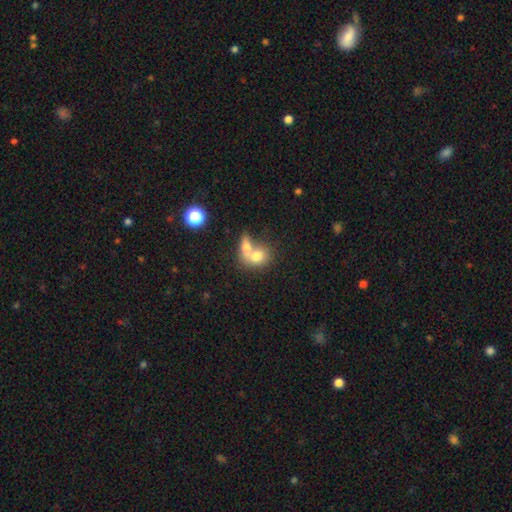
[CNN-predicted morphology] smooth 74%, featured or disk 18%, star or artifact 8%. Down the decision tree: how rounded — in between (54%); merging — merger (67%).